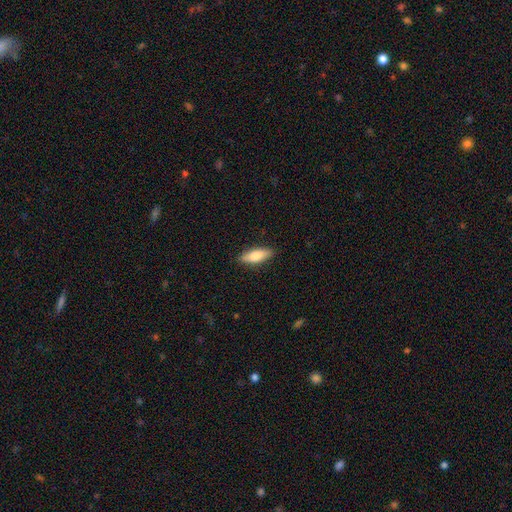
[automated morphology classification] Smooth or featured: smooth — 77% (featured or disk — 17%)
How rounded: in between — 62% (cigar-shaped — 36%)
Merging: none — 87% (minor disturbance — 10%)